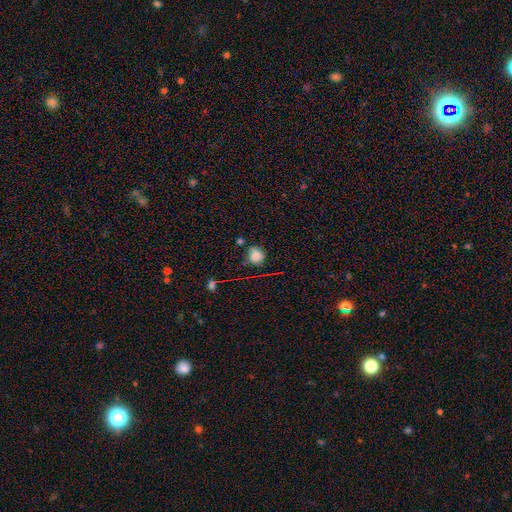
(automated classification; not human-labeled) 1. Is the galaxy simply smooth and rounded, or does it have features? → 73% smooth, 17% star or artifact, 10% featured or disk.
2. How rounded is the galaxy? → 73% round, 25% in between, 1% cigar-shaped.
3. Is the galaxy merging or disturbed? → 63% none, 23% minor disturbance, 8% major disturbance, 6% merger.